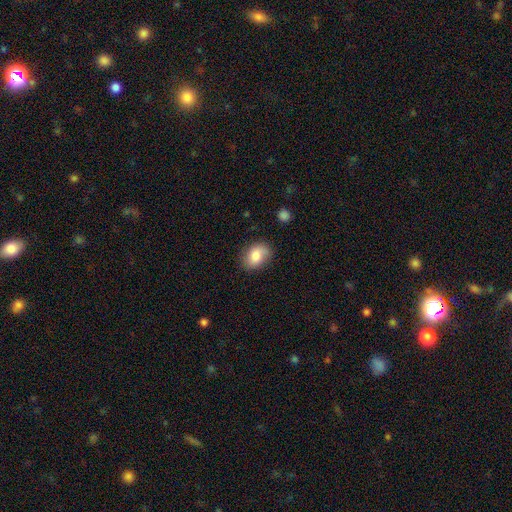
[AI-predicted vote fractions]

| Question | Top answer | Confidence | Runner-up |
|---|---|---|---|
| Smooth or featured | smooth | 79% | featured or disk (13%) |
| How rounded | in between | 71% | round (28%) |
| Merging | none | 75% | minor disturbance (19%) |